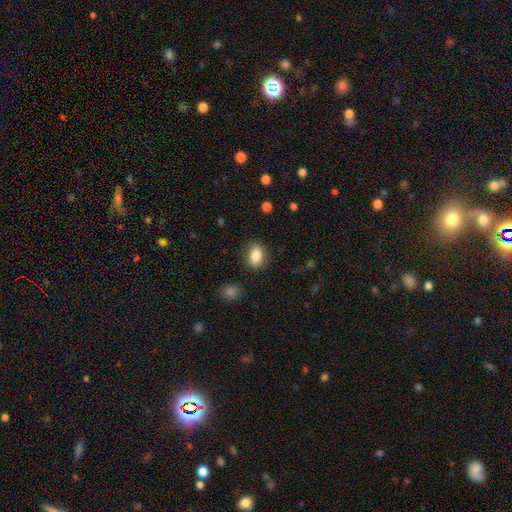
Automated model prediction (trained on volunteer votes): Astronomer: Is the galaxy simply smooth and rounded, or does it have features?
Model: smooth — 84%.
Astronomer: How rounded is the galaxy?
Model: in between — 77%.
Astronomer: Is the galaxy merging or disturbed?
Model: none — 85%.